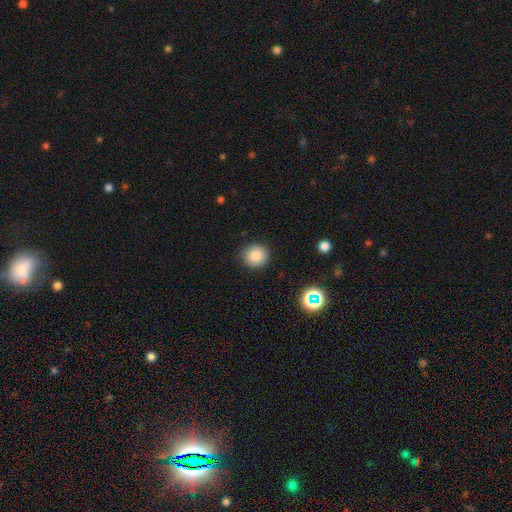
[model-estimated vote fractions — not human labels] Morphology: type=smooth (86%); roundness=round (90%); merging=none (89%).